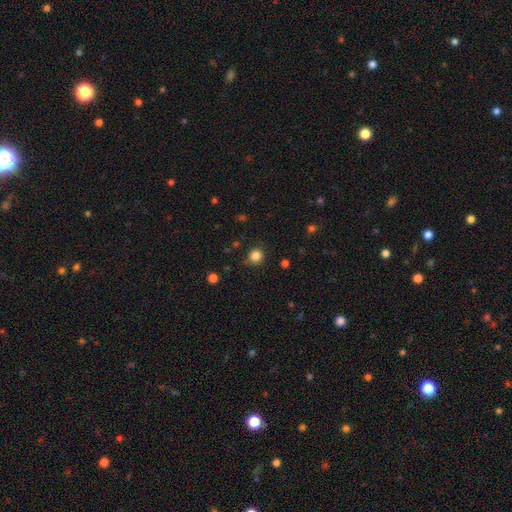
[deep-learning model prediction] The model was most divided on "smooth or featured": smooth: 84%, star or artifact: 12%, featured or disk: 4%. More confident: how rounded — round (92%); merging — none (85%).